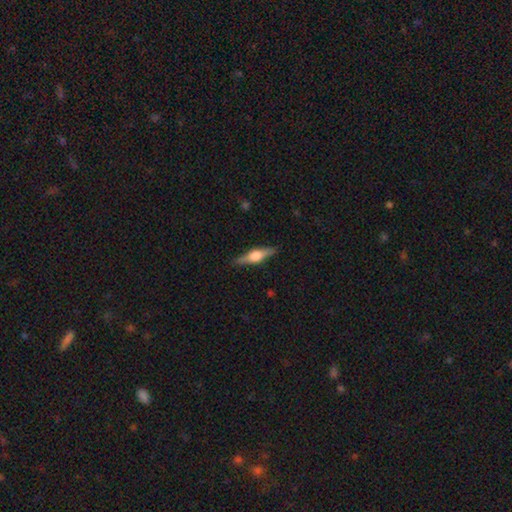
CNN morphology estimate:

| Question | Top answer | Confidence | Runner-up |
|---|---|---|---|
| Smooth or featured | featured or disk | 66% | smooth (28%) |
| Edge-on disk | yes | 97% | no (3%) |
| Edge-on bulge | rounded | 91% | boxy (7%) |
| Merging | none | 89% | minor disturbance (8%) |